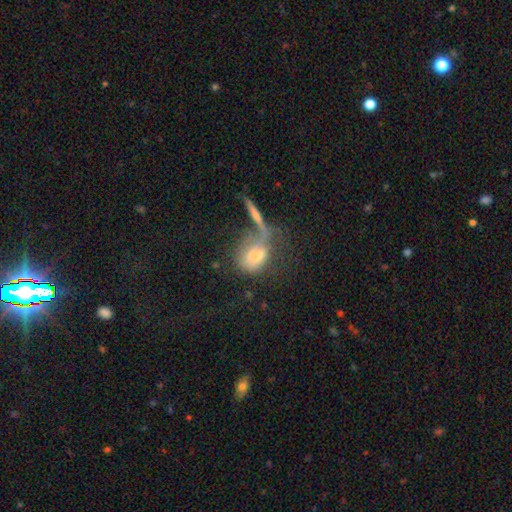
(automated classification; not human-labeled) smooth_or_featured: smooth (p=0.57) [alt: featured or disk p=0.30]
how_rounded: in between (p=0.65) [alt: round p=0.29]
merging: merger (p=0.32) [tied with: none p=0.32]